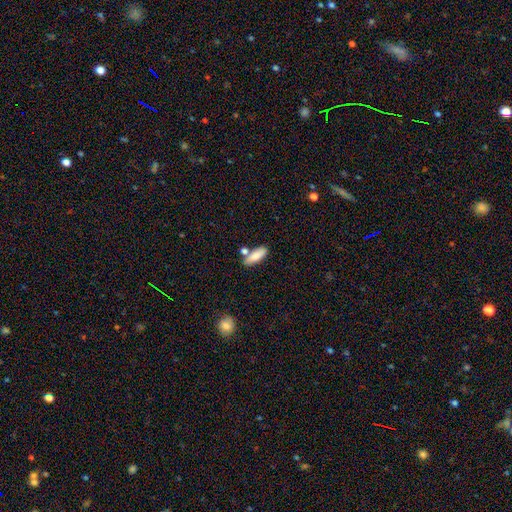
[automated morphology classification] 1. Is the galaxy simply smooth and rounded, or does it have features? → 83% smooth, 11% featured or disk, 7% star or artifact.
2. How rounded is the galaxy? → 67% in between, 30% cigar-shaped, 3% round.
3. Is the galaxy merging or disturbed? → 61% none, 20% merger, 15% minor disturbance, 4% major disturbance.